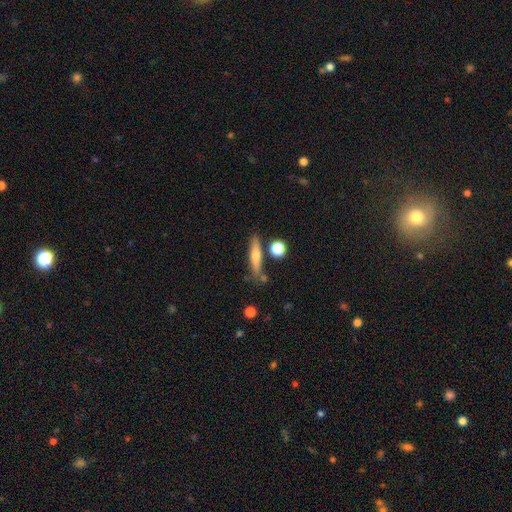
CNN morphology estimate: smooth-or-featured: smooth: 51% | featured or disk: 41% | star or artifact: 8%
  how-rounded: cigar-shaped: 83% | in between: 14% | round: 4%
  merging: none: 77% | minor disturbance: 13% | merger: 7% | major disturbance: 3%